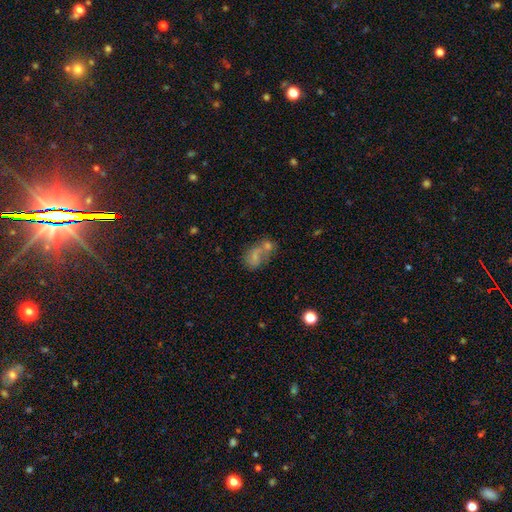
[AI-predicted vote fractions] The model was most divided on "smooth or featured": smooth: 56%, featured or disk: 30%, star or artifact: 14%. More confident: how rounded — in between (70%); merging — merger (58%).